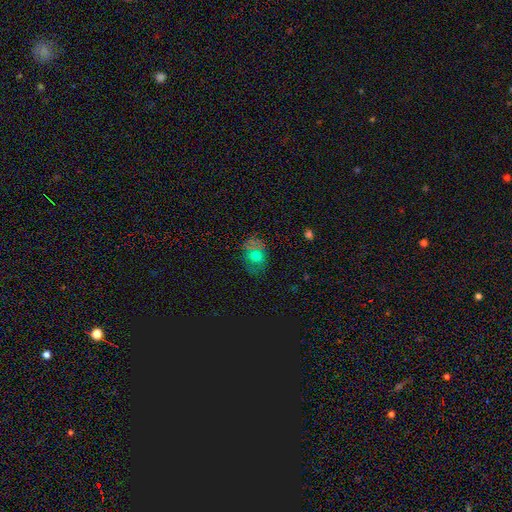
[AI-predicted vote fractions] The model was most divided on "how rounded": in between: 60%, round: 38%, cigar-shaped: 2%. More confident: merging — none (72%); smooth or featured — smooth (65%).